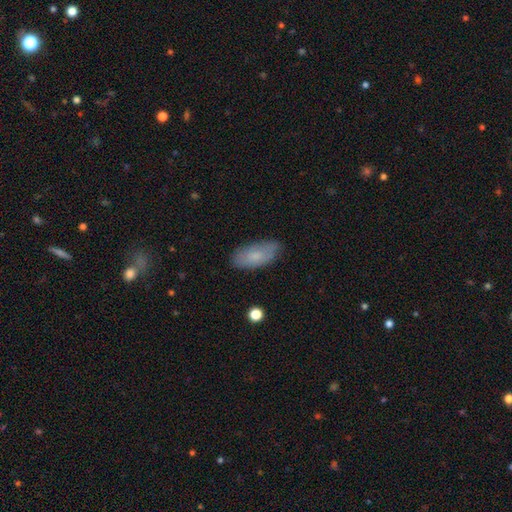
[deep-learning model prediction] smooth_or_featured: smooth (p=0.76) [alt: featured or disk p=0.17]
how_rounded: in between (p=0.89) [alt: cigar-shaped p=0.09]
merging: none (p=0.79) [alt: minor disturbance p=0.16]